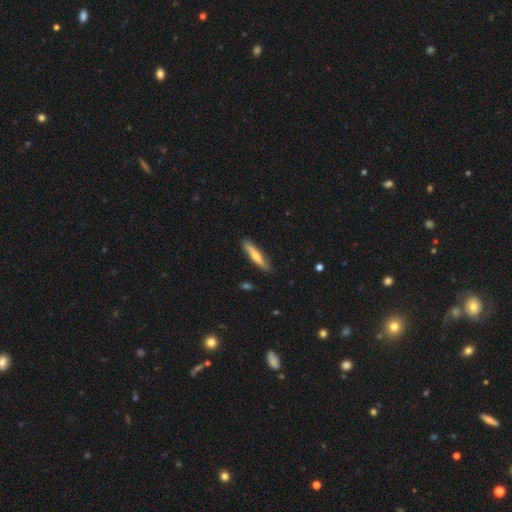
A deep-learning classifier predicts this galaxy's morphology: A smooth galaxy with no disk features (54%) that is cigar-shaped (88%).

Vote fractions:
- Smooth or featured? smooth: 54% / featured or disk: 41% / star or artifact: 5%
- How rounded? cigar-shaped: 88% / in between: 10% / round: 2%
- Merging? none: 87% / minor disturbance: 10% / major disturbance: 2% / merger: 1%